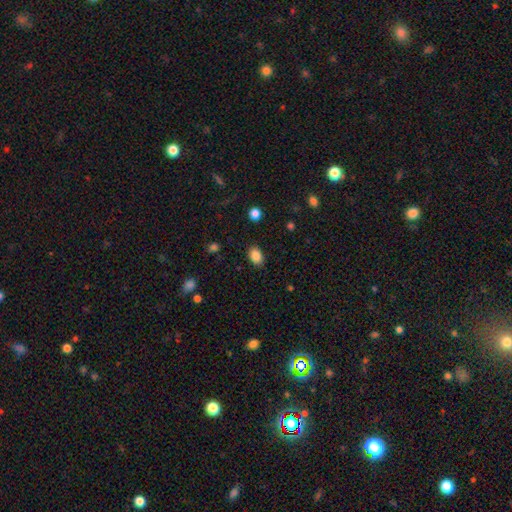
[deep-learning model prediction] Q: Smooth or featured?
A: smooth (86%); runner-up: star or artifact (9%)
Q: How rounded?
A: in between (80%); runner-up: round (18%)
Q: Merging?
A: none (86%); runner-up: minor disturbance (10%)